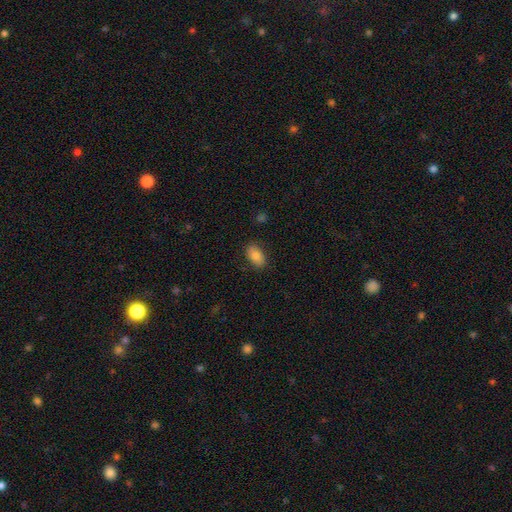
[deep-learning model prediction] smooth 82%, featured or disk 11%, star or artifact 7%. Down the decision tree: how rounded — in between (92%); merging — none (85%).